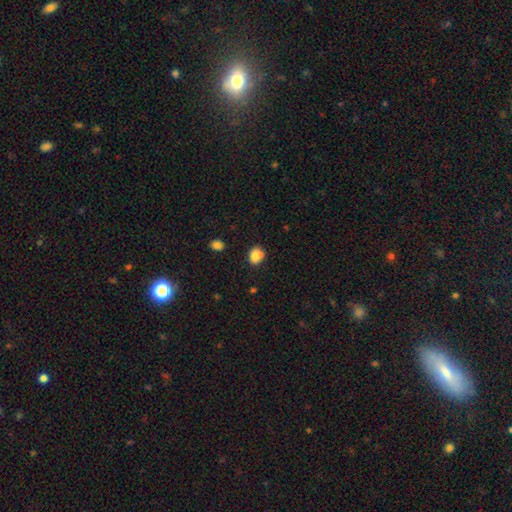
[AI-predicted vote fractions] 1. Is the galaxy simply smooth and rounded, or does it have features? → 84% smooth, 10% star or artifact, 6% featured or disk.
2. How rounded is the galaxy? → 53% round, 46% in between, 1% cigar-shaped.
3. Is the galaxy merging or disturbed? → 70% none, 21% minor disturbance, 5% merger, 4% major disturbance.